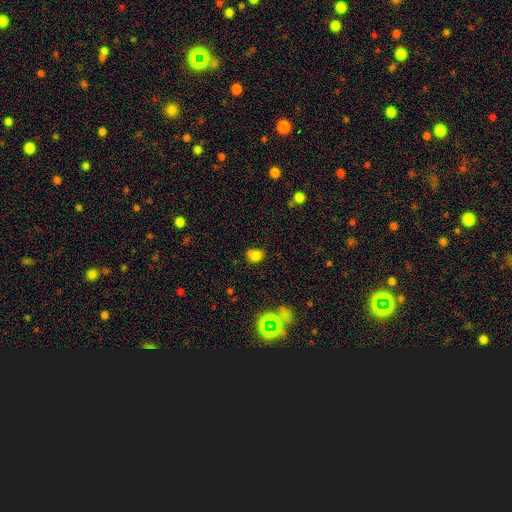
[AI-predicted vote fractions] A smooth galaxy with no disk features (71%) that is round (58%).

Vote fractions:
- Smooth or featured? smooth: 71% / star or artifact: 21% / featured or disk: 8%
- How rounded? round: 58% / in between: 41% / cigar-shaped: 1%
- Merging? none: 57% / merger: 20% / minor disturbance: 17% / major disturbance: 6%